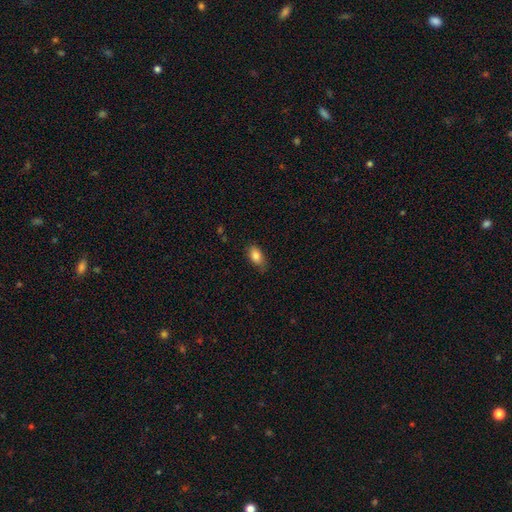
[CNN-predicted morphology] This appears to be a smooth galaxy with no disk features (85%) that is in between round and cigar-shaped (90%). Merging: none (69%).